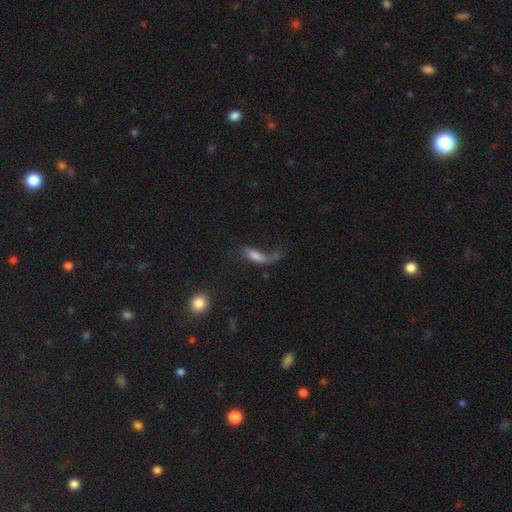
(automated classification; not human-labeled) Smooth or featured: smooth — 60% (featured or disk — 29%)
How rounded: in between — 54% (cigar-shaped — 42%)
Merging: major disturbance — 44% (none — 29%)